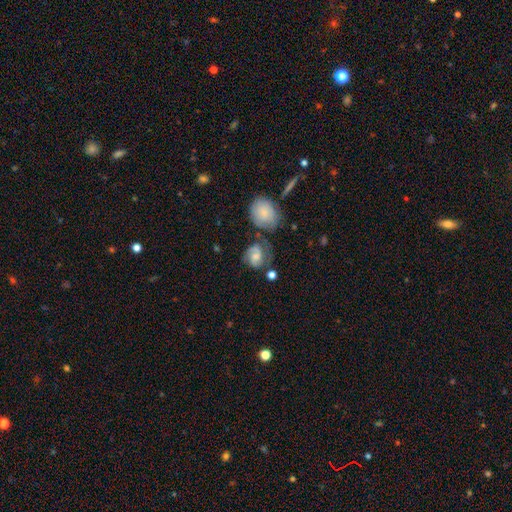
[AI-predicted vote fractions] Overall: featured or disk (54%; smooth 37%). Edge-on disk: no (97%). Bar: no (55%; weak 37%). Spiral arms: yes (87%). Bulge size: moderate (41%; small 35%). Merging: none (50%; minor disturbance 23%).